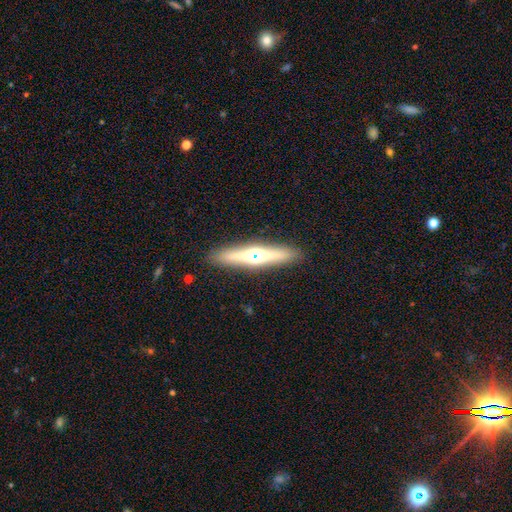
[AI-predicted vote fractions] A featured or disk galaxy (61%) viewed edge-on (95%) with a rounded central bulge (88%). Merging: none (89%).